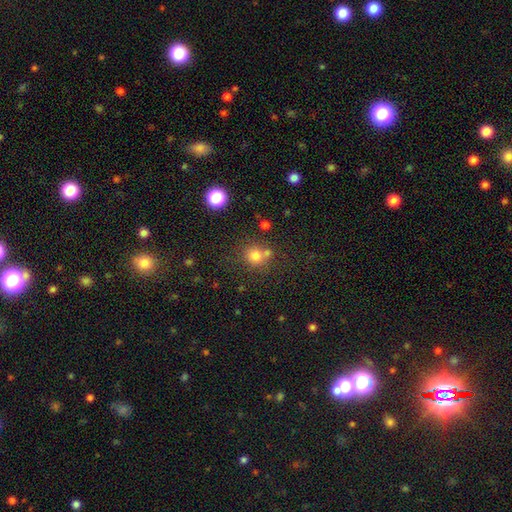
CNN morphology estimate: Overall: smooth (77%). How rounded: round (86%). Merging: none (60%; merger 25%).